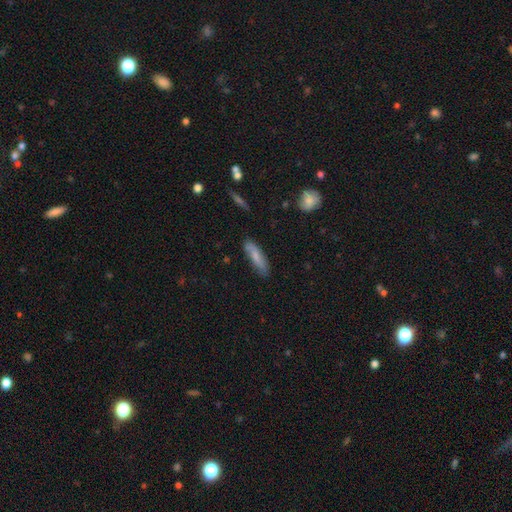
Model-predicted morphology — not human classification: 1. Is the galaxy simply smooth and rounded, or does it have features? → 68% smooth, 25% featured or disk, 7% star or artifact.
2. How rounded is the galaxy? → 67% cigar-shaped, 31% in between, 2% round.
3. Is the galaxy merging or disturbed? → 78% none, 17% minor disturbance, 3% major disturbance, 2% merger.